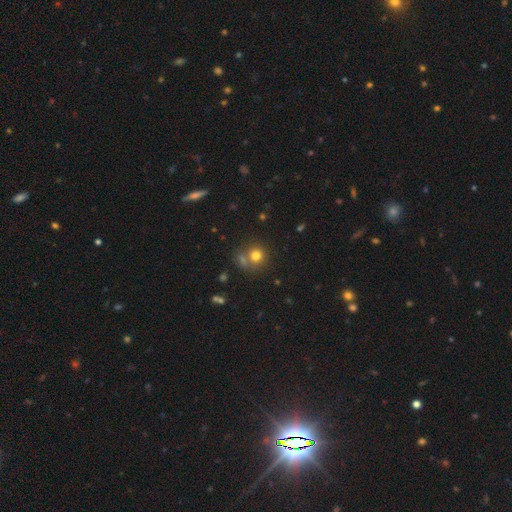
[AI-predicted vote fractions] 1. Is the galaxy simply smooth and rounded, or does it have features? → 76% smooth, 15% star or artifact, 9% featured or disk.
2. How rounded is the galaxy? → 87% round, 12% in between, 1% cigar-shaped.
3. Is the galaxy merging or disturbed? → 59% none, 27% merger, 10% minor disturbance, 4% major disturbance.